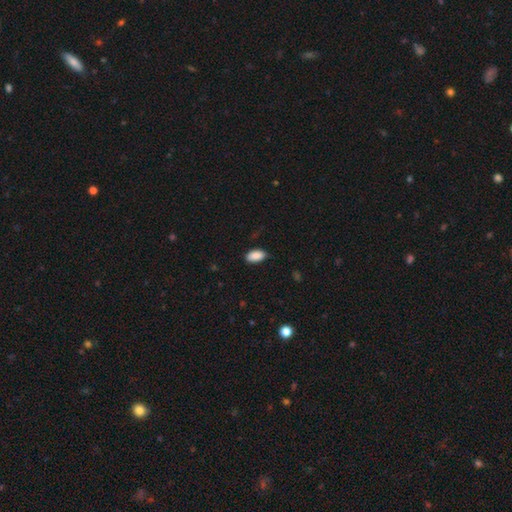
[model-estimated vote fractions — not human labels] Smooth or featured? smooth (89%)
How rounded? in between (94%)
Merging? none (80%)